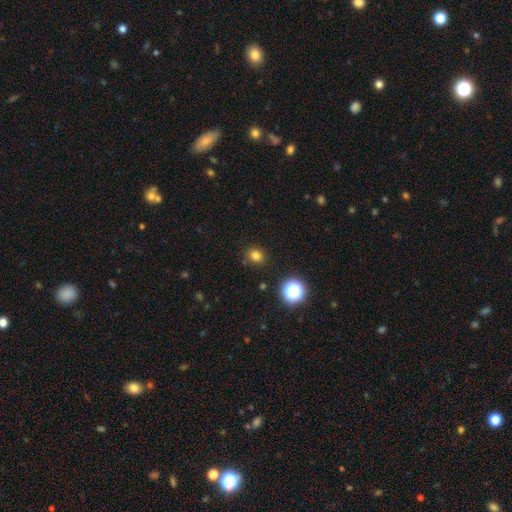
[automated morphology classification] This is likely a smooth galaxy (79%). How rounded: likely round (69%). Merging: clearly none (87%).